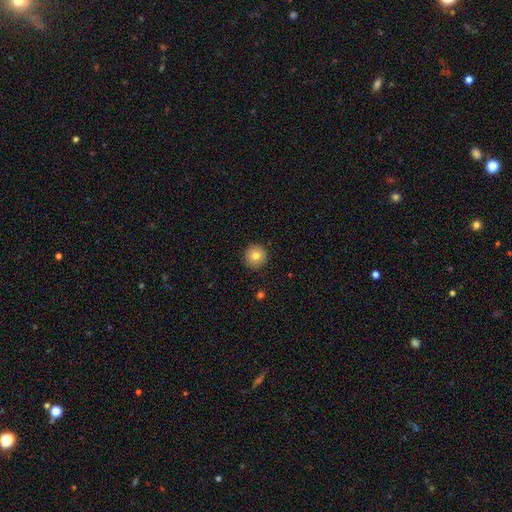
smooth_or_featured: smooth (p=0.84) [alt: featured or disk p=0.11]
how_rounded: round (p=1.00)
merging: none (p=0.97) [alt: minor disturbance p=0.03]